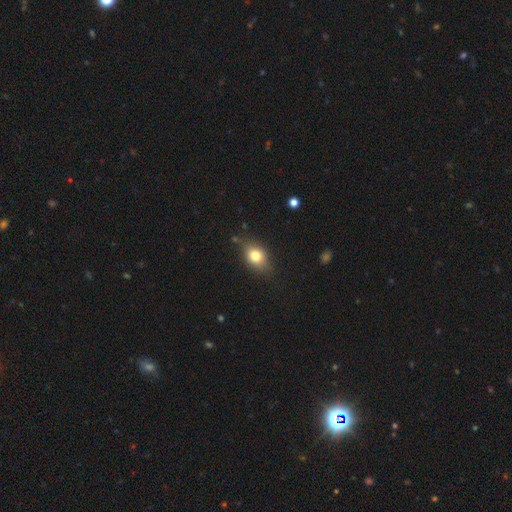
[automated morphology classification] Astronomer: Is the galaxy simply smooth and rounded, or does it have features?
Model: smooth — 75%.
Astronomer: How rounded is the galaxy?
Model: in between — 73%.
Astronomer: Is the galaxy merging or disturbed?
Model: none — 73%.